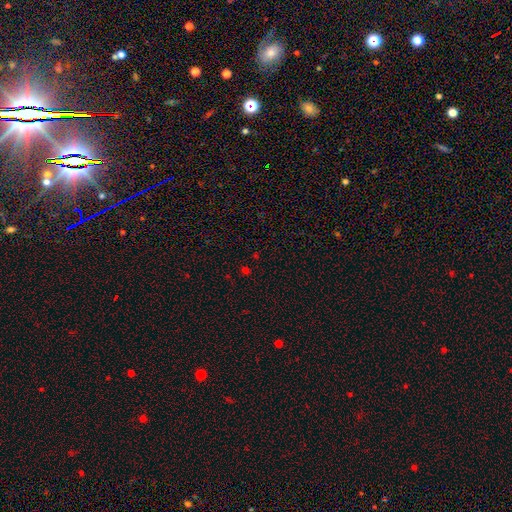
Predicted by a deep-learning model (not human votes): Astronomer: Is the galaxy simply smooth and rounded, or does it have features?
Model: star or artifact — 52% (runner-up: smooth, 42%).